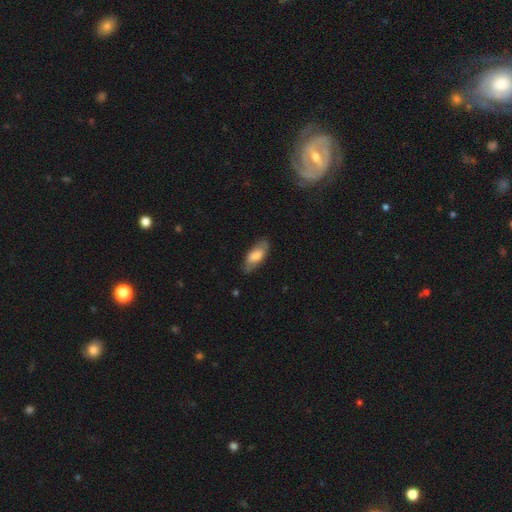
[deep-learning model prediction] The model was most divided on "smooth or featured": smooth: 71%, featured or disk: 23%, star or artifact: 6%. More confident: how rounded — in between (83%); merging — none (76%).